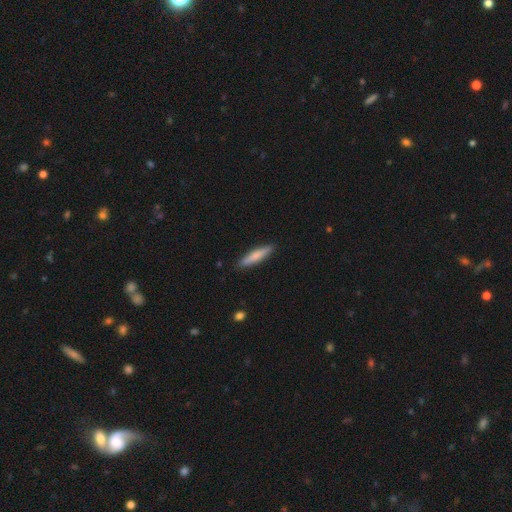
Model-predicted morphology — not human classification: Smooth or featured?
  - smooth: 71% *
  - featured or disk: 24%
  - star or artifact: 5%
How rounded?
  - cigar-shaped: 87% *
  - in between: 12%
  - round: 1%
Merging?
  - none: 88% *
  - minor disturbance: 9%
  - major disturbance: 2%
  - merger: 1%